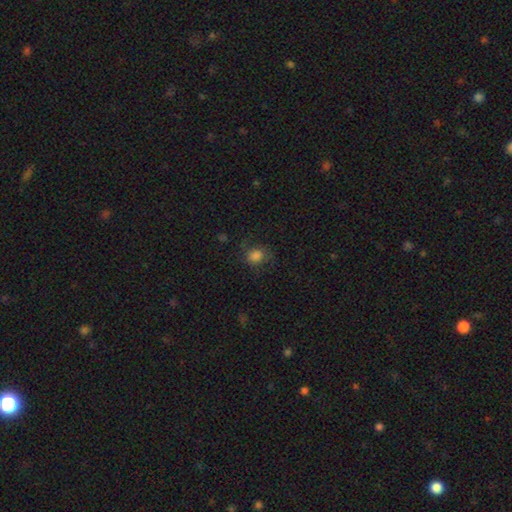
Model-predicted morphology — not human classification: This is likely a smooth galaxy (79%). How rounded: likely round (63%). Merging: likely none (66%).